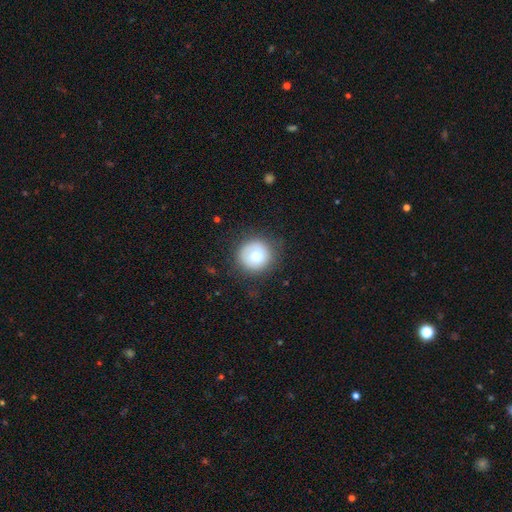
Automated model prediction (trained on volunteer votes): Smooth or featured: smooth — 78% (featured or disk — 14%)
How rounded: round — 92% (in between — 7%)
Merging: none — 75% (minor disturbance — 17%)